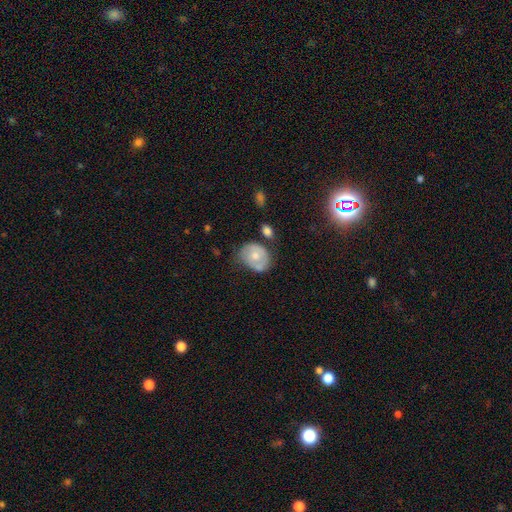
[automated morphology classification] A smooth galaxy with no disk features (57%) that is in between round and cigar-shaped (54%).

Vote fractions:
- Smooth or featured? smooth: 57% / featured or disk: 36% / star or artifact: 7%
- How rounded? in between: 54% / round: 45% / cigar-shaped: 1%
- Merging? none: 47% / minor disturbance: 31% / major disturbance: 11% / merger: 11%